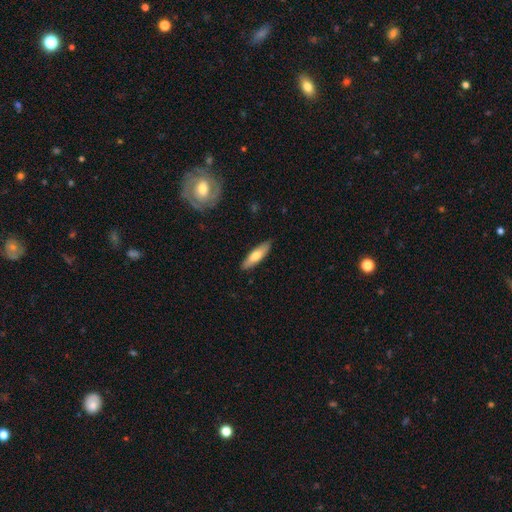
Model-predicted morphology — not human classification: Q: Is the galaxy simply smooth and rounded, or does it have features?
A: smooth — 66%.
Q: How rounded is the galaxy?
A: cigar-shaped — 66%.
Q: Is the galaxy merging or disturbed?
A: none — 88%.